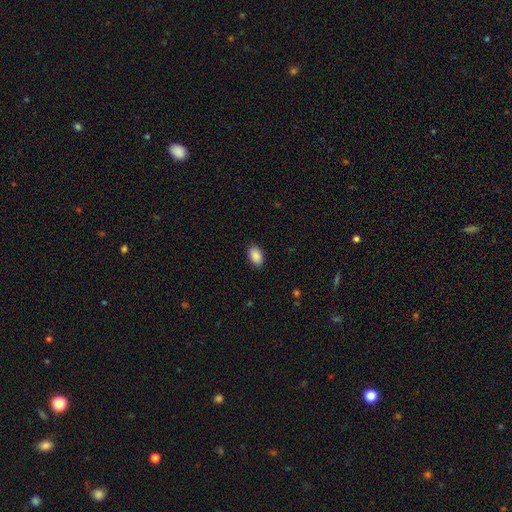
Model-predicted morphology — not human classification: type=smooth (90%); roundness=in between (92%); merging=none (89%).